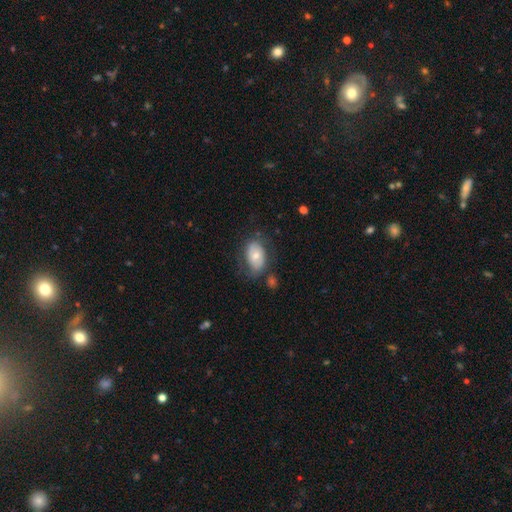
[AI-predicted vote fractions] smooth-or-featured: smooth: 60% | featured or disk: 33% | star or artifact: 7%
  how-rounded: in between: 88% | round: 11% | cigar-shaped: 1%
  merging: none: 61% | minor disturbance: 23% | major disturbance: 12% | merger: 4%